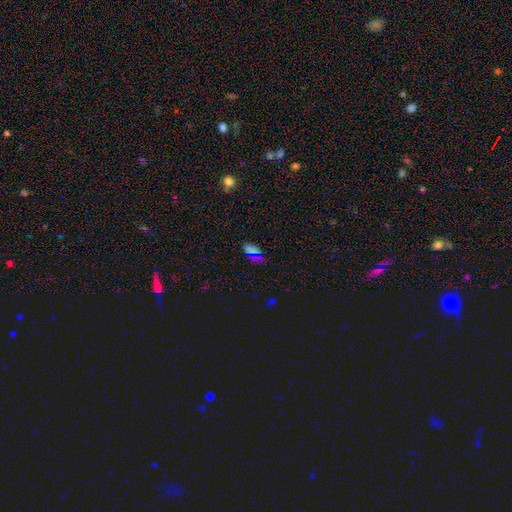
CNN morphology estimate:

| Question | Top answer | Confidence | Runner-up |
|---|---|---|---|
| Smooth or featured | smooth | 62% | star or artifact (31%) |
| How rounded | in between | 85% | cigar-shaped (8%) |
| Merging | none | 79% | minor disturbance (14%) |